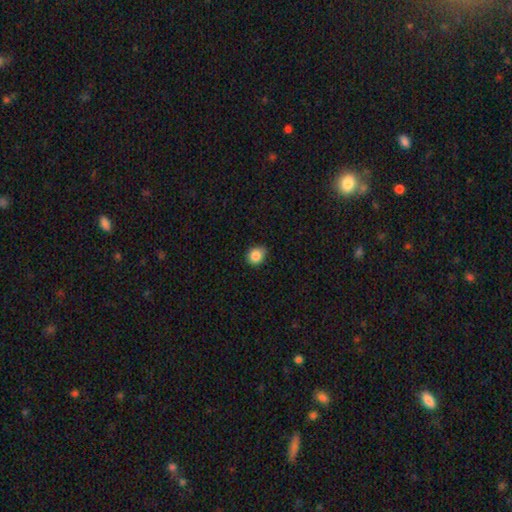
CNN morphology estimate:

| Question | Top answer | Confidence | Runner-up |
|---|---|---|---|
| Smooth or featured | smooth | 85% | star or artifact (10%) |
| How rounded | round | 75% | in between (24%) |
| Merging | none | 73% | minor disturbance (23%) |